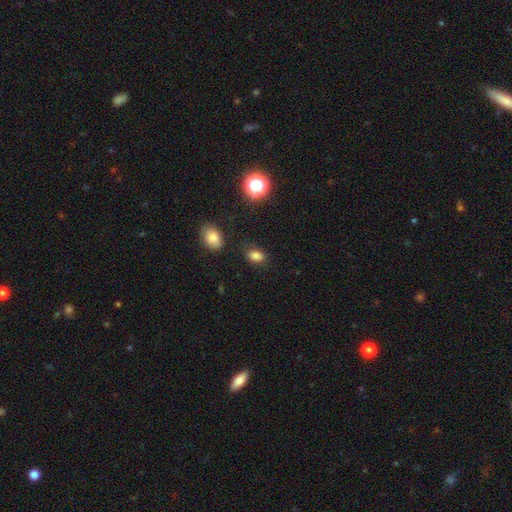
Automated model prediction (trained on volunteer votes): A smooth galaxy with no disk features (81%) that is in between round and cigar-shaped (83%).

Vote fractions:
- Smooth or featured? smooth: 81% / star or artifact: 14% / featured or disk: 5%
- How rounded? in between: 83% / round: 15% / cigar-shaped: 2%
- Merging? none: 80% / minor disturbance: 13% / major disturbance: 4% / merger: 3%